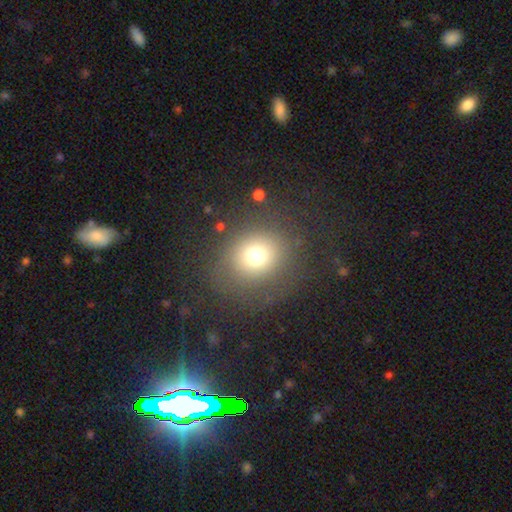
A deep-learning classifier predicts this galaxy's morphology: A smooth galaxy with no disk features (70%) that is round (81%). Merging: none (77%).